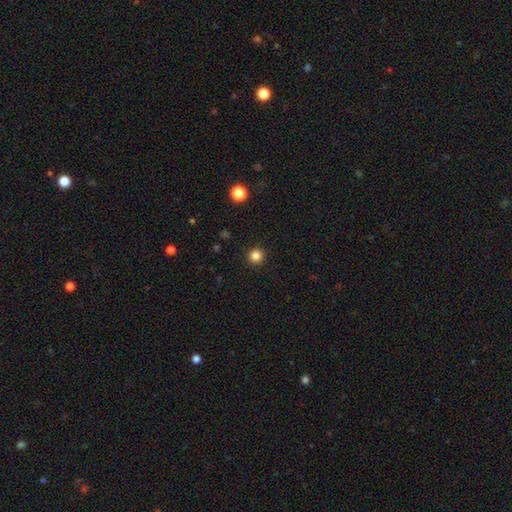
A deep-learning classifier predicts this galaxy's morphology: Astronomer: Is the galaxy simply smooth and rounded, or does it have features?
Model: smooth — 83%.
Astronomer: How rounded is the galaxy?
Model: round — 96%.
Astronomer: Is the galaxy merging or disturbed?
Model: none — 93%.